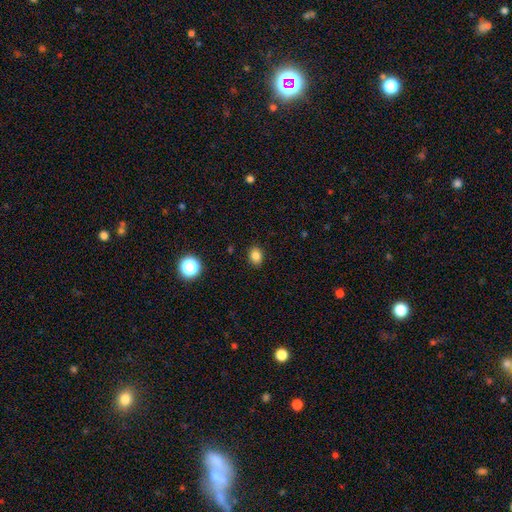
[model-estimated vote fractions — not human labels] A smooth galaxy with no disk features (84%) that is in between round and cigar-shaped (61%).

Vote fractions:
- Smooth or featured? smooth: 84% / star or artifact: 12% / featured or disk: 4%
- How rounded? in between: 61% / round: 38% / cigar-shaped: 1%
- Merging? none: 88% / minor disturbance: 8% / major disturbance: 2% / merger: 1%